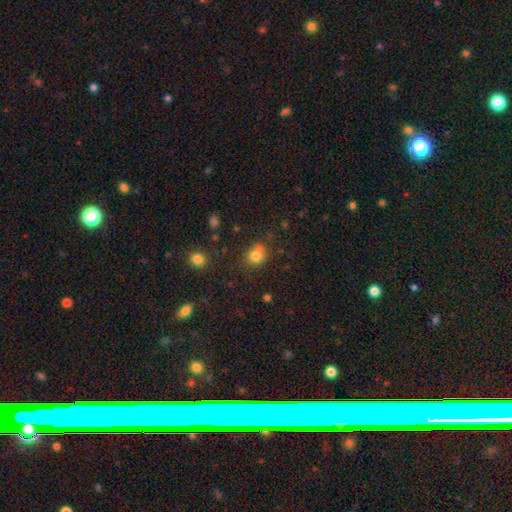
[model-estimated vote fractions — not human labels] Smooth or featured? smooth (79%)
How rounded? round (72%)
Merging? none (61%)